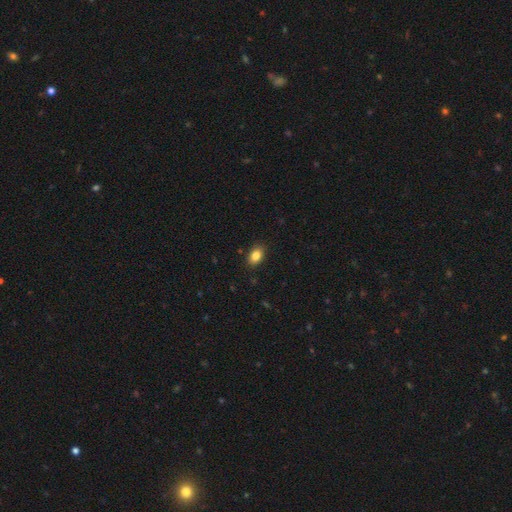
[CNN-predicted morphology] Smooth or featured: smooth — 85% (star or artifact — 9%)
How rounded: in between — 85% (round — 14%)
Merging: none — 88% (minor disturbance — 9%)